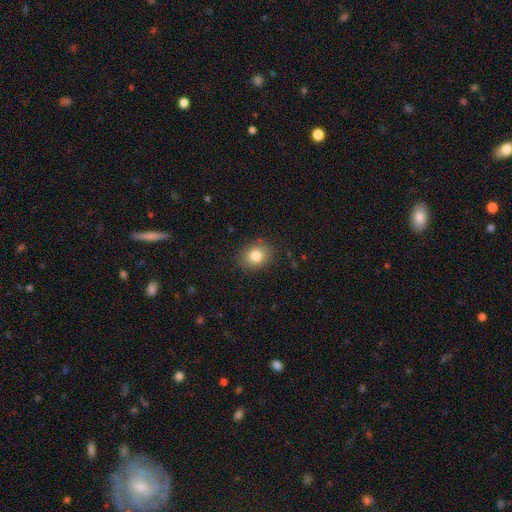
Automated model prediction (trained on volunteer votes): Smooth or featured: smooth — 81% (star or artifact — 11%)
How rounded: round — 61% (in between — 38%)
Merging: none — 86% (minor disturbance — 10%)